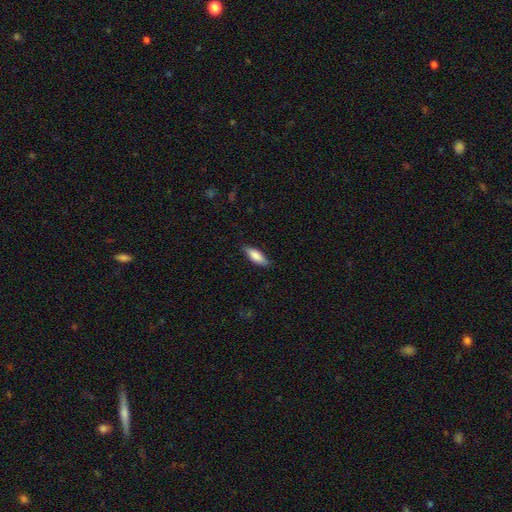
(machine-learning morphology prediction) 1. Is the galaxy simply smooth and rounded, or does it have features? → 81% smooth, 13% featured or disk, 6% star or artifact.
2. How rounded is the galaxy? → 63% in between, 35% cigar-shaped, 2% round.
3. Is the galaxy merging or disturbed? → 84% none, 13% minor disturbance, 2% major disturbance, 1% merger.